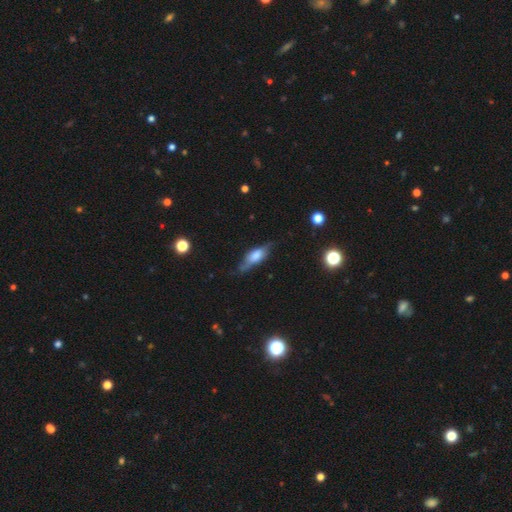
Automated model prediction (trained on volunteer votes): Q: Smooth or featured?
A: featured or disk (48%); runner-up: smooth (45%)
Q: Merging?
A: none (68%); runner-up: minor disturbance (23%)